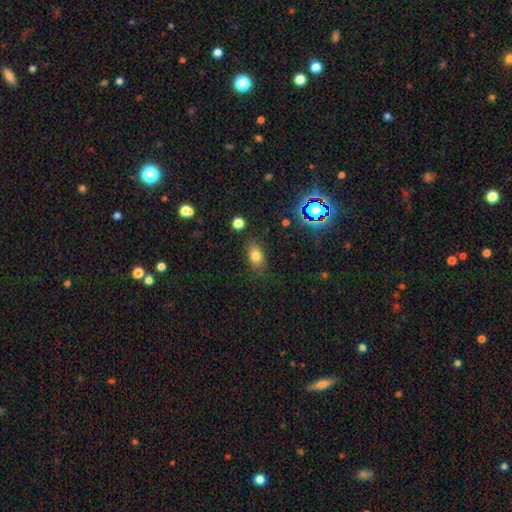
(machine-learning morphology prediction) This appears to be a smooth galaxy with no disk features (77%) that is in between round and cigar-shaped (83%). Merging: none (82%).